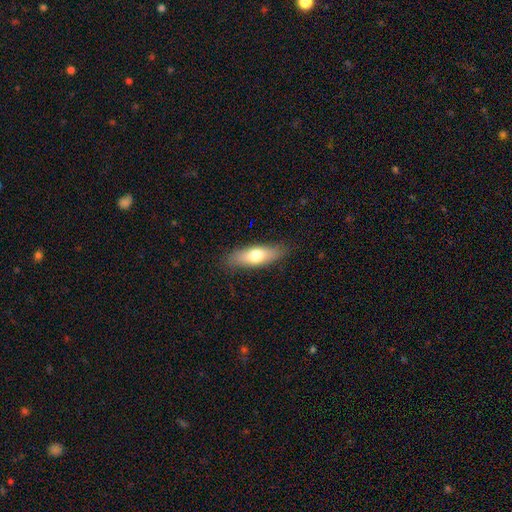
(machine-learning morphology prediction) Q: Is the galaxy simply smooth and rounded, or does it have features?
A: smooth — 68%.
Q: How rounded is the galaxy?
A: in between — 57%.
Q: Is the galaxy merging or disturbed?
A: none — 85%.